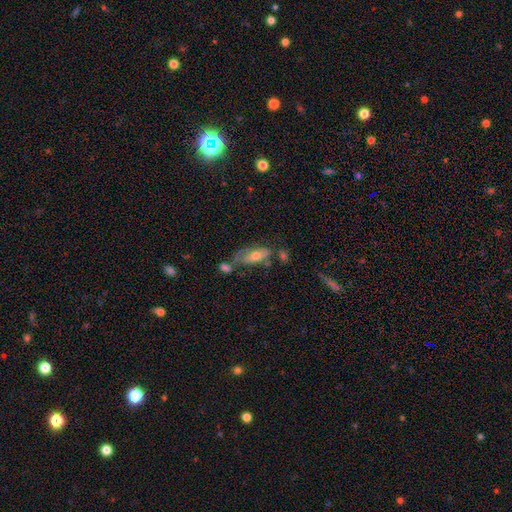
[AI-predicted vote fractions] This appears to be a smooth galaxy with no disk features (51%) that is in between round and cigar-shaped (73%). Merging: none (47%).